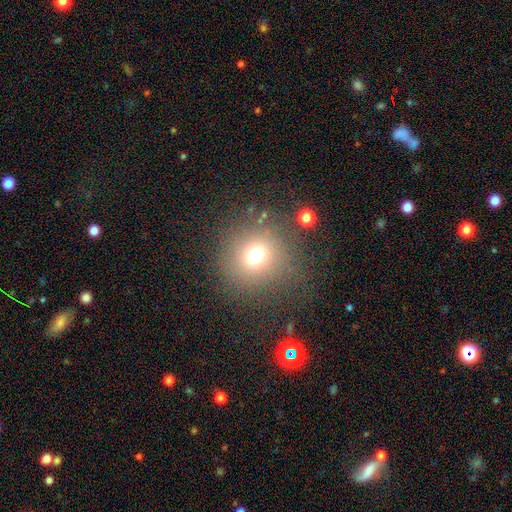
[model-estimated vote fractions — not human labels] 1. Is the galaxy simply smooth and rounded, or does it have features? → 71% smooth, 19% star or artifact, 10% featured or disk.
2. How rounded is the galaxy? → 91% round, 8% in between, 1% cigar-shaped.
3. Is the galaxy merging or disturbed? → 82% none, 9% minor disturbance, 6% major disturbance, 3% merger.